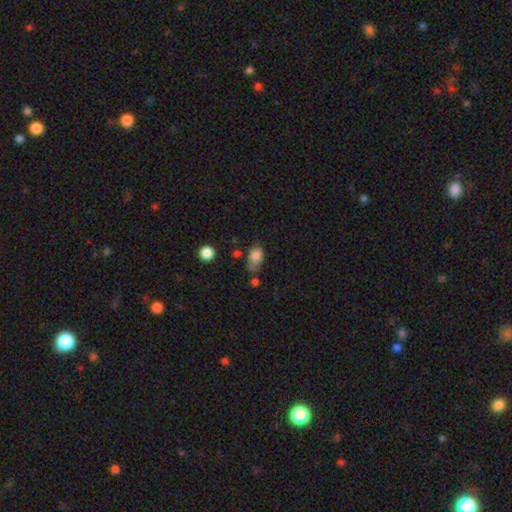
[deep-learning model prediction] Overall: smooth (81%). How rounded: in between (79%). Merging: none (36%, tied with minor disturbance).